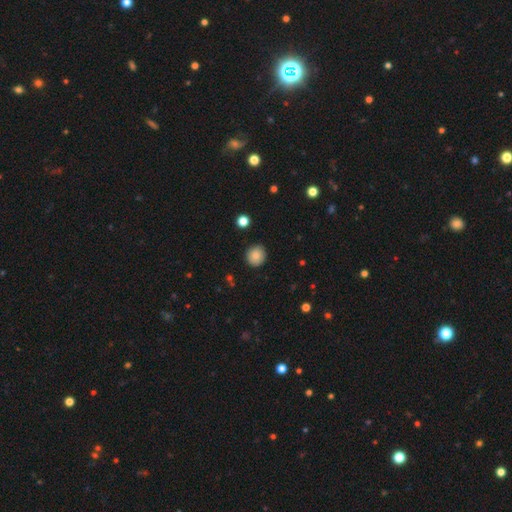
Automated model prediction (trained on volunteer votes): Smooth or featured? smooth (86%)
How rounded? round (90%)
Merging? none (89%)